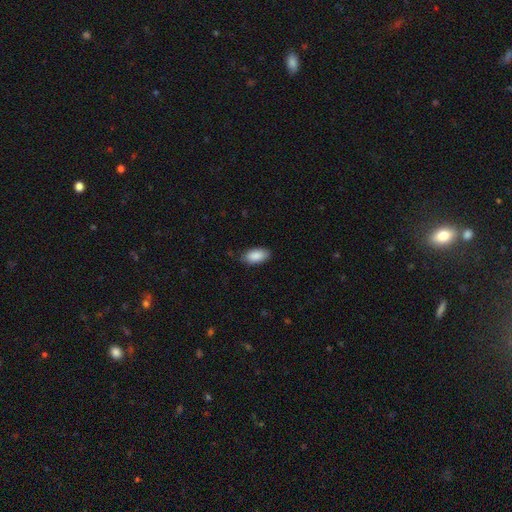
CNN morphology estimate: Smooth or featured? Predicted: smooth (p=0.89). How rounded? Predicted: in between (p=0.93). Merging? Predicted: none (p=0.82).